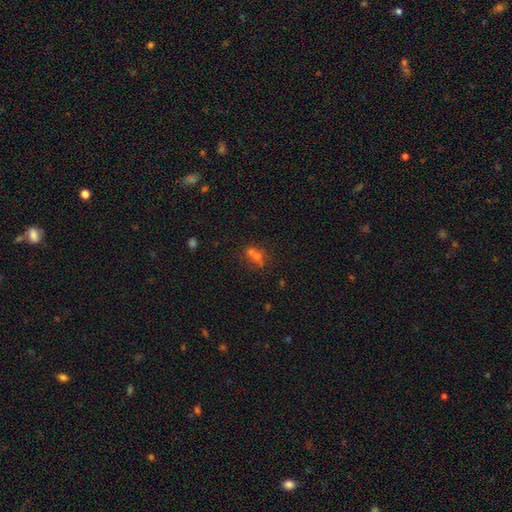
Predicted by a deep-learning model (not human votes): Smooth or featured: smooth — 50% (star or artifact — 29%)
How rounded: round — 61% (in between — 35%)
Merging: merger — 46% (none — 41%)